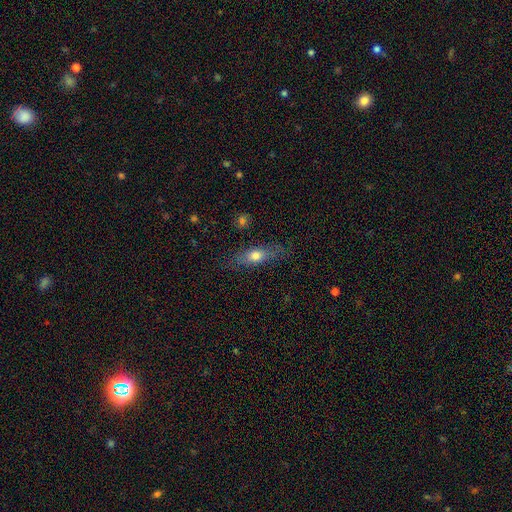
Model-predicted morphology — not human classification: Smooth or featured? smooth (64%)
How rounded? in between (54%)
Merging? none (76%)